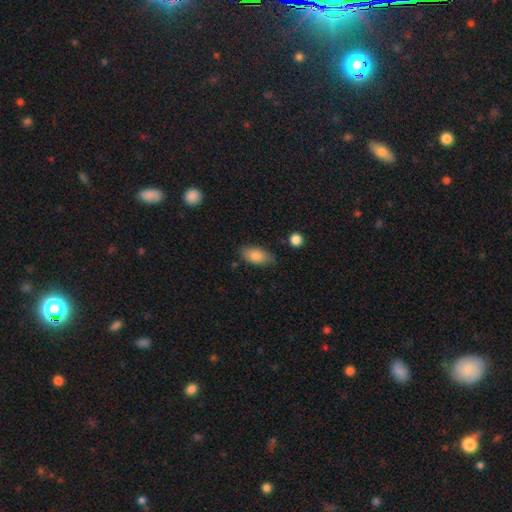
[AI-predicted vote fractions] smooth 85%, featured or disk 8%, star or artifact 7%. Down the decision tree: how rounded — in between (90%); merging — none (71%).